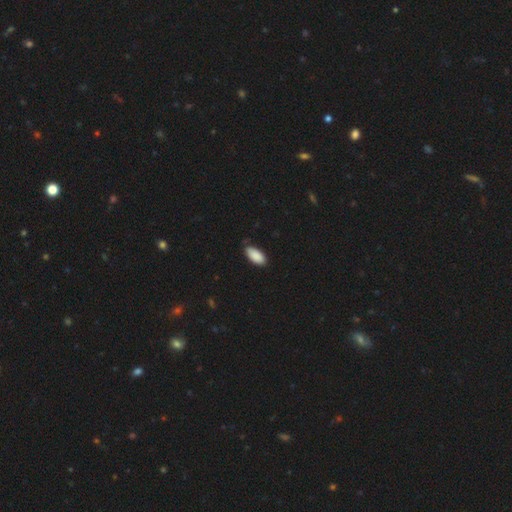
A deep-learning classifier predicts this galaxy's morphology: A smooth galaxy with no disk features (90%) that is in between round and cigar-shaped (93%).

Vote fractions:
- Smooth or featured? smooth: 90% / star or artifact: 6% / featured or disk: 4%
- How rounded? in between: 93% / cigar-shaped: 6% / round: 2%
- Merging? none: 78% / minor disturbance: 18% / major disturbance: 2% / merger: 1%